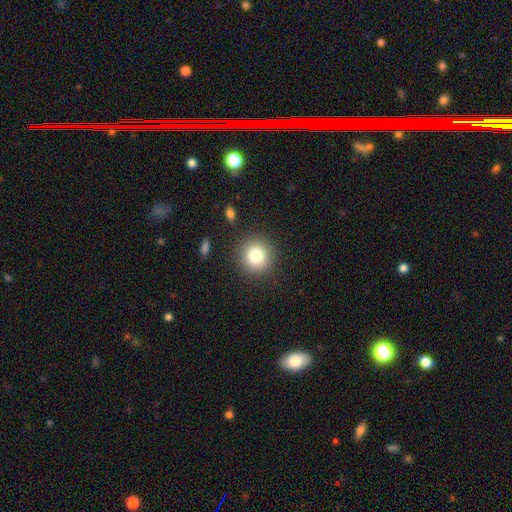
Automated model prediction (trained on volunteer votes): Smooth or featured?
  - smooth: 79% *
  - star or artifact: 12%
  - featured or disk: 9%
How rounded?
  - round: 92% *
  - in between: 7%
  - cigar-shaped: 1%
Merging?
  - none: 89% *
  - minor disturbance: 7%
  - major disturbance: 3%
  - merger: 2%